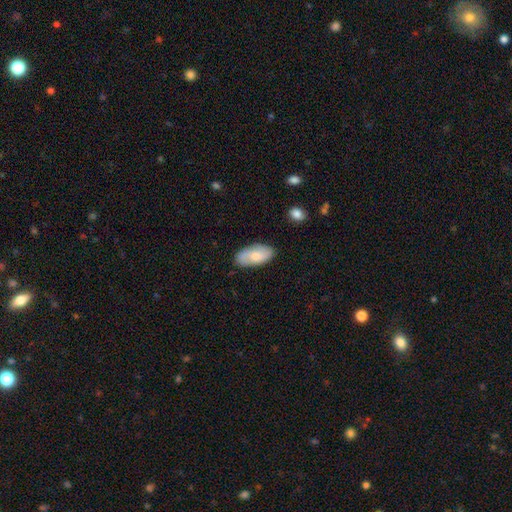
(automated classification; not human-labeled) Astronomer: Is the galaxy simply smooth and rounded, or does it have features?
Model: smooth — 68%.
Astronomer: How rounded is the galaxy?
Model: in between — 92%.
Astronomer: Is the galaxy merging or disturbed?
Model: none — 81%.